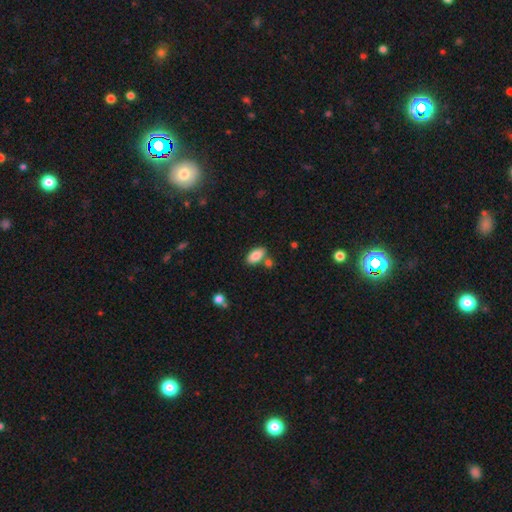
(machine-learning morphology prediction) Smooth or featured: smooth — 87% (star or artifact — 7%)
How rounded: in between — 92% (cigar-shaped — 5%)
Merging: none — 73% (merger — 13%)